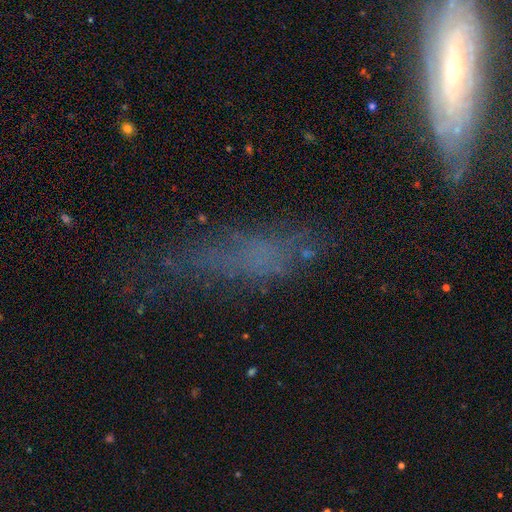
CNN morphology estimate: A featured or disk galaxy (46%).

Vote fractions:
- Smooth or featured? featured or disk: 46% / smooth: 34% / star or artifact: 20%
- Merging? none: 49% / minor disturbance: 24% / major disturbance: 21% / merger: 5%